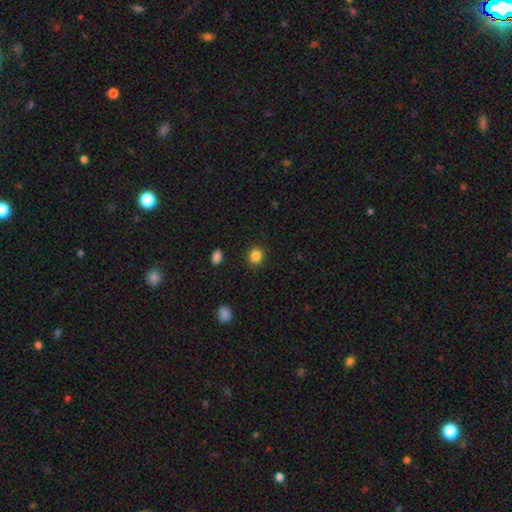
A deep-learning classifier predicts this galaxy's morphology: This appears to be a smooth galaxy with no disk features (86%) that is round (80%). Merging: none (90%).